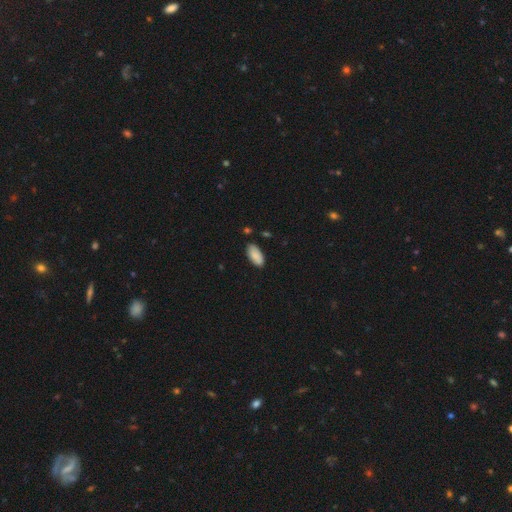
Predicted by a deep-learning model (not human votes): Q: Smooth or featured?
A: smooth (87%); runner-up: featured or disk (7%)
Q: How rounded?
A: in between (92%); runner-up: cigar-shaped (6%)
Q: Merging?
A: none (81%); runner-up: minor disturbance (14%)